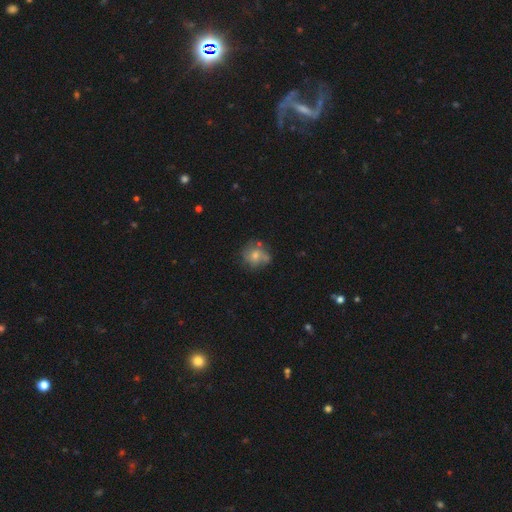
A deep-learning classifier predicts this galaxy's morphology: This is possibly a smooth galaxy (56%). How rounded: likely round (75%). Merging: possibly none (55%).